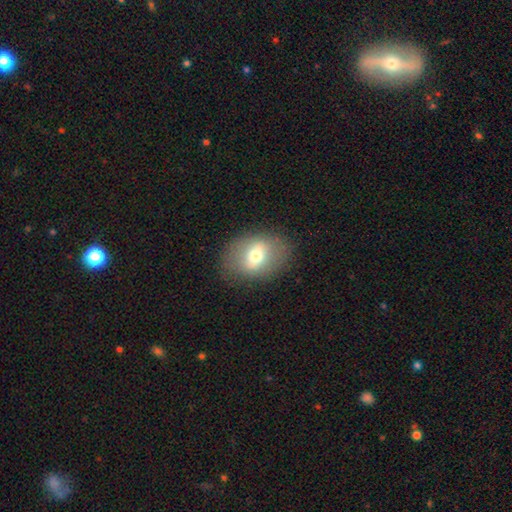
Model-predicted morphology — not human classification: A smooth galaxy with no disk features (59%) that is in between round and cigar-shaped (73%).

Vote fractions:
- Smooth or featured? smooth: 59% / featured or disk: 32% / star or artifact: 9%
- How rounded? in between: 73% / round: 26% / cigar-shaped: 1%
- Merging? none: 82% / minor disturbance: 12% / major disturbance: 5% / merger: 1%